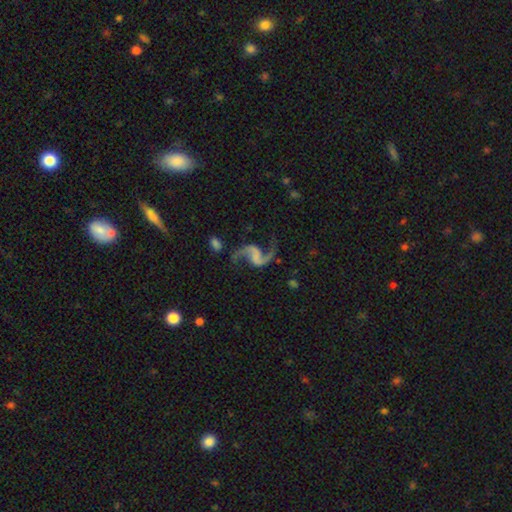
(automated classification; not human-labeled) Overall: featured or disk (90%). Edge-on disk: no (98%). Bar: no (47%; weak 35%). Spiral arms: yes (97%). Spiral arm count: 2 (94%). Spiral winding: loose (82%). Bulge size: none (71%). Merging: none (72%).